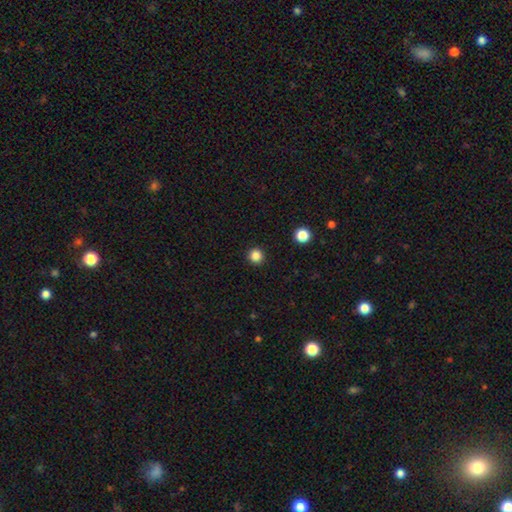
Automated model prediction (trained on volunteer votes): Overall: smooth (84%). How rounded: round (95%). Merging: none (93%).